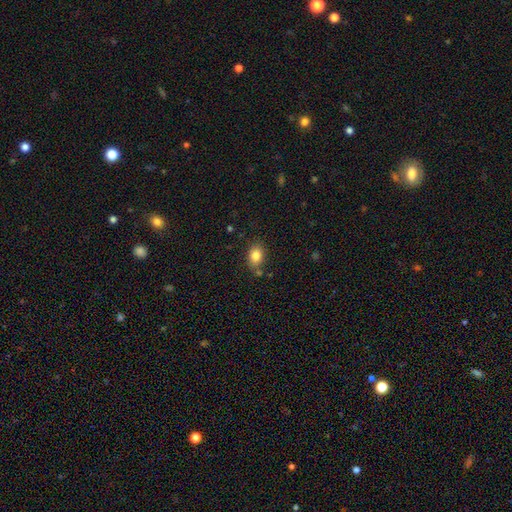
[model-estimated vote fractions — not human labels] Q: Smooth or featured?
A: smooth (83%); runner-up: star or artifact (9%)
Q: How rounded?
A: in between (70%); runner-up: round (29%)
Q: Merging?
A: none (77%); runner-up: minor disturbance (14%)